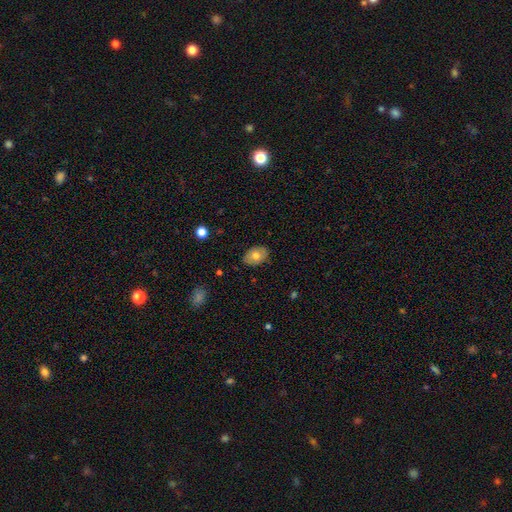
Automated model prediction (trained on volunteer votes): smooth_or_featured: smooth (p=0.70) [alt: featured or disk p=0.23]
how_rounded: in between (p=0.81) [alt: round p=0.18]
merging: none (p=0.84) [alt: minor disturbance p=0.12]